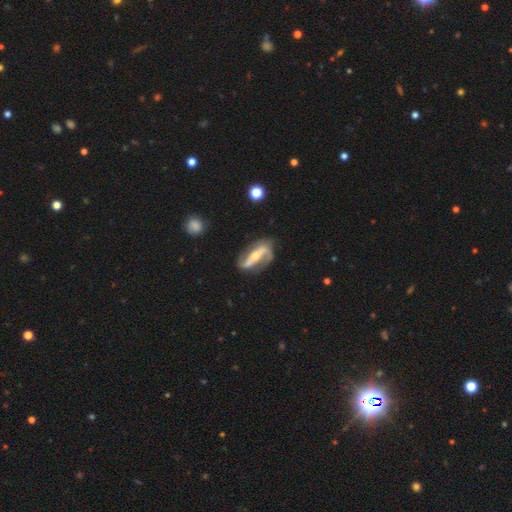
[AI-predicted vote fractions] Smooth or featured?
  - featured or disk: 85% *
  - smooth: 10%
  - star or artifact: 5%
Edge-on disk?
  - no: 89% *
  - yes: 11%
Bar?
  - strong: 61% *
  - no: 20%
  - weak: 18%
Spiral arms?
  - yes: 93% *
  - no: 7%
Spiral winding?
  - loose: 52% *
  - medium: 32%
  - tight: 16%
Spiral arm count?
  - 2: 89% *
  - 1: 5%
  - can't tell: 3%
  - 3: 1%
  - 4: 1%
  - more than 4: 1%
Bulge size?
  - moderate: 52% *
  - small: 43%
  - large: 3%
  - none: 2%
  - dominant: 1%
Merging?
  - none: 73% *
  - minor disturbance: 17%
  - major disturbance: 8%
  - merger: 2%